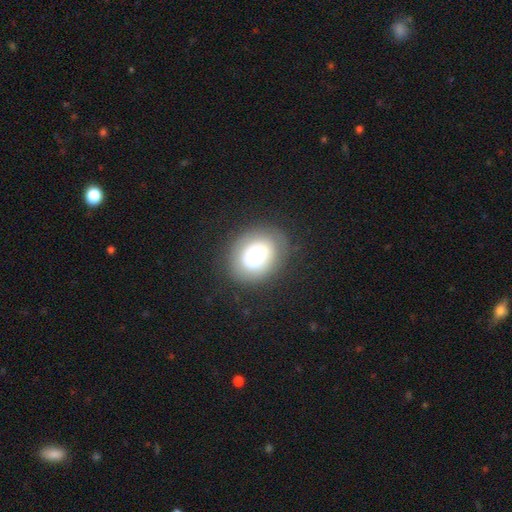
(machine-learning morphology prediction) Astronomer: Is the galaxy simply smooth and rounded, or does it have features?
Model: smooth — 62%.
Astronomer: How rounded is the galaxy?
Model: round — 54% (runner-up: in between, 45%).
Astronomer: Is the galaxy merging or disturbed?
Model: none — 72%.